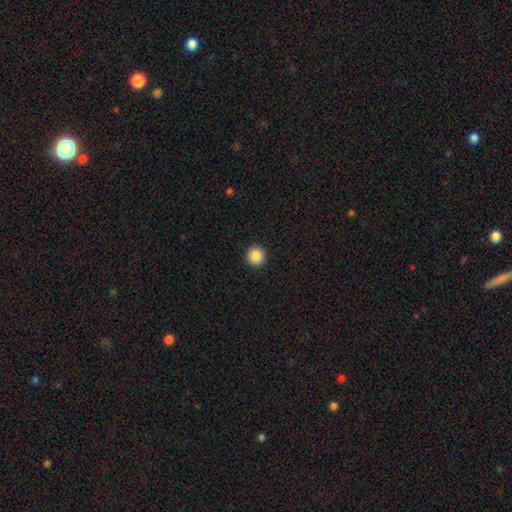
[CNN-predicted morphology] Q: Smooth or featured?
A: smooth (88%); runner-up: star or artifact (9%)
Q: How rounded?
A: round (95%); runner-up: in between (4%)
Q: Merging?
A: none (94%); runner-up: minor disturbance (4%)